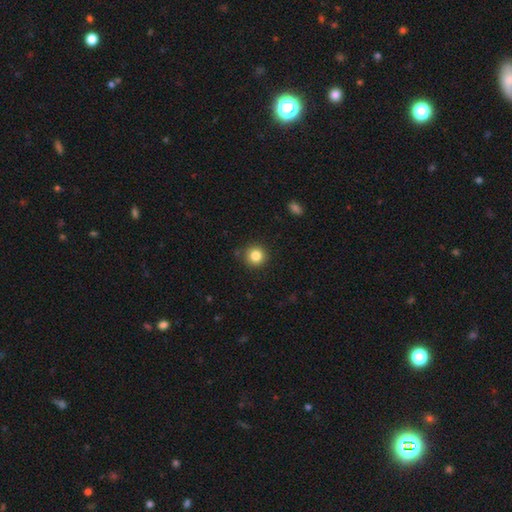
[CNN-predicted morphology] Smooth or featured: smooth — 83% (star or artifact — 11%)
How rounded: round — 94% (in between — 5%)
Merging: none — 88% (minor disturbance — 8%)